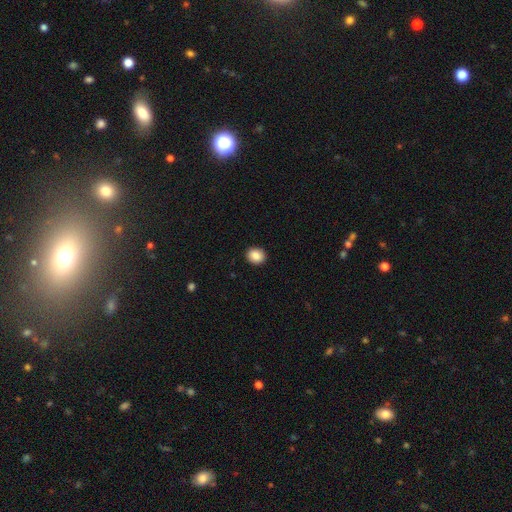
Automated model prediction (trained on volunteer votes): Smooth or featured?
  - smooth: 88% *
  - star or artifact: 8%
  - featured or disk: 4%
How rounded?
  - round: 69% *
  - in between: 30%
  - cigar-shaped: 1%
Merging?
  - none: 92% *
  - minor disturbance: 5%
  - major disturbance: 2%
  - merger: 1%